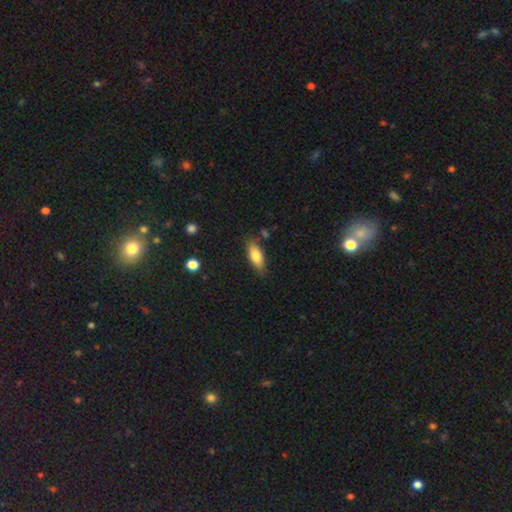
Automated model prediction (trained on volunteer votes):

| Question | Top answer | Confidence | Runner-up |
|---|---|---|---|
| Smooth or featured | smooth | 78% | featured or disk (15%) |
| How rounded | in between | 77% | cigar-shaped (20%) |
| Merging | none | 79% | minor disturbance (15%) |